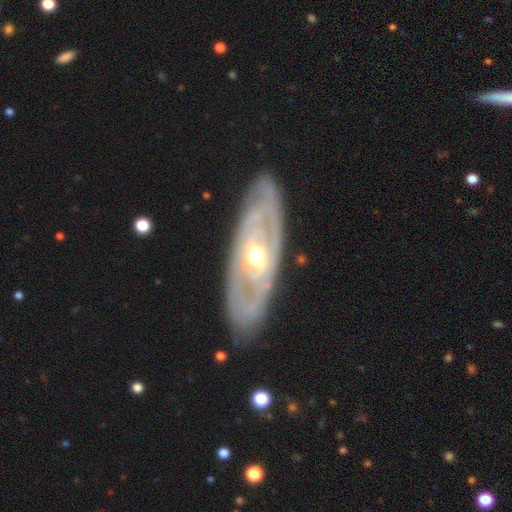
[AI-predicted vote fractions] smooth_or_featured: featured or disk (p=0.82) [alt: smooth p=0.14]
disk_edge_on: no (p=0.84) [alt: yes p=0.16]
bar: no (p=0.65) [alt: weak p=0.24]
has_spiral_arms: yes (p=0.62) [alt: no p=0.38]
bulge_size: moderate (p=0.73) [alt: small p=0.17]
merging: none (p=0.82) [alt: minor disturbance p=0.13]